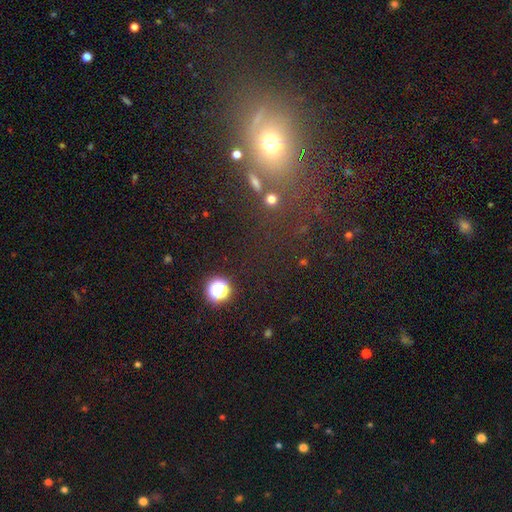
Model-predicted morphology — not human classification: This is marginally a star or artifact rather than a galaxy (44%, tied with smooth).